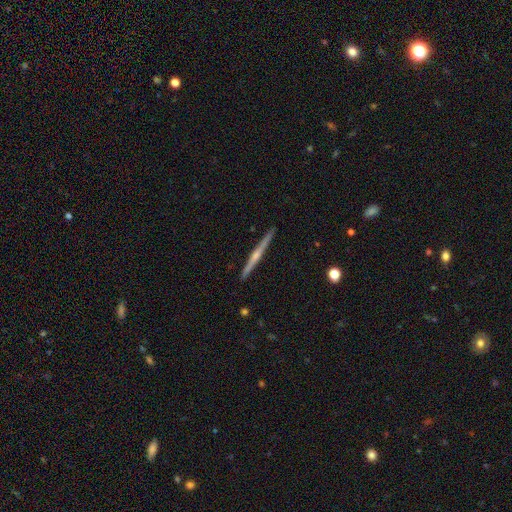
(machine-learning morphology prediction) Smooth or featured?
  - featured or disk: 78% *
  - smooth: 16%
  - star or artifact: 5%
Edge-on disk?
  - yes: 99% *
  - no: 1%
Edge-on bulge?
  - rounded: 80% *
  - none: 14%
  - boxy: 6%
Merging?
  - none: 93% *
  - minor disturbance: 5%
  - major disturbance: 1%
  - merger: 1%